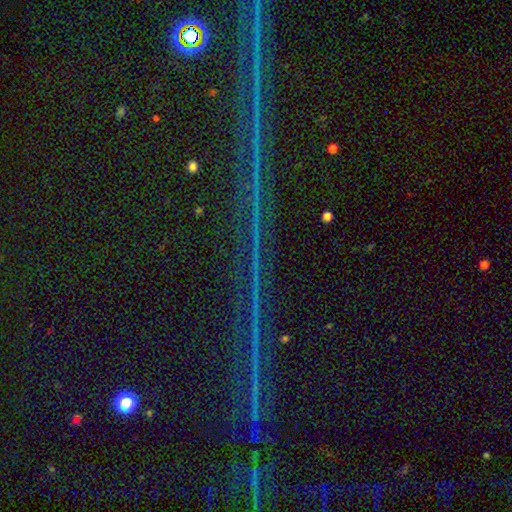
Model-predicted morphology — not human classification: Smooth or featured? star or artifact (88%)